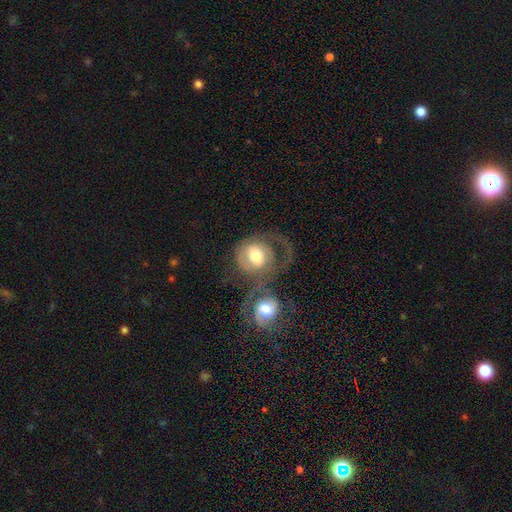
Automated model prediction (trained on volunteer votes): Morphology: type=featured or disk (56%); edge-on=no (97%); bar=no (61%); spiral arms=yes (74%); bulge=moderate (63%); merging=merger (56%).